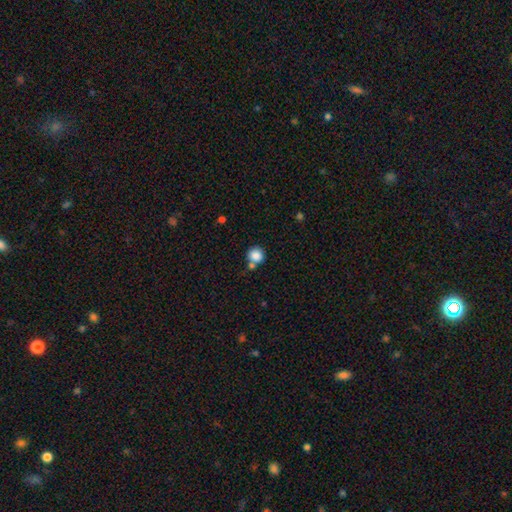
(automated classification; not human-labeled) A smooth galaxy with no disk features (85%) that is round (91%). Merging: none (65%).